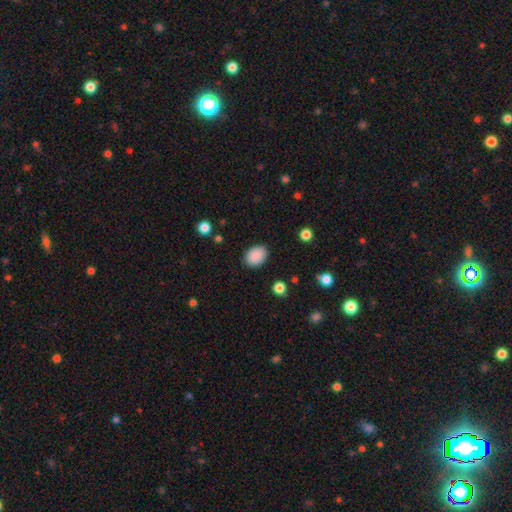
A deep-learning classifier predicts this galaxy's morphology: Smooth or featured? Predicted: smooth (p=0.89). How rounded? Predicted: in between (p=0.71). Merging? Predicted: none (p=0.87).